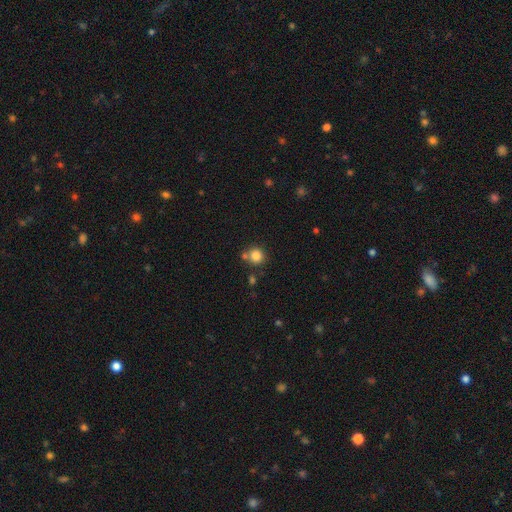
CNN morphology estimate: Q: Smooth or featured?
A: smooth (83%); runner-up: star or artifact (11%)
Q: How rounded?
A: round (88%); runner-up: in between (11%)
Q: Merging?
A: none (66%); runner-up: merger (19%)